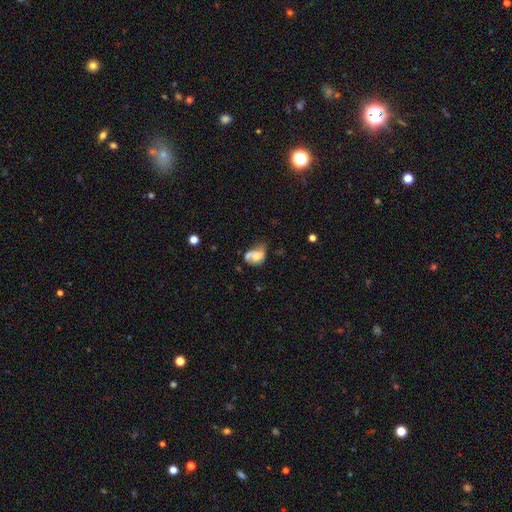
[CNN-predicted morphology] Smooth or featured: smooth — 55% (featured or disk — 35%)
How rounded: in between — 64% (round — 34%)
Merging: none — 26% (minor disturbance — 25%)